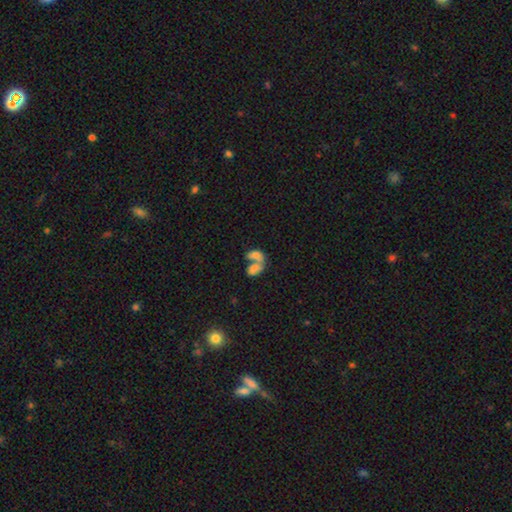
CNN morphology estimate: Smooth or featured? smooth (63%)
How rounded? in between (84%)
Merging? merger (75%)